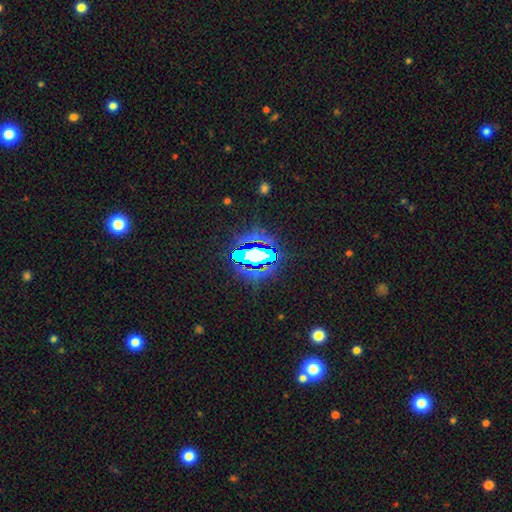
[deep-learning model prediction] smooth_or_featured: star or artifact (p=0.68) [alt: smooth p=0.18]